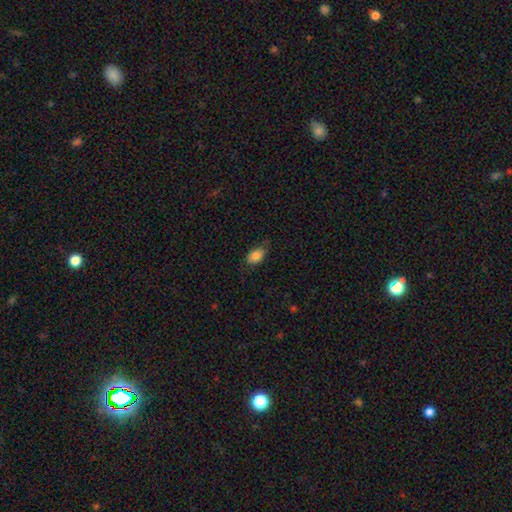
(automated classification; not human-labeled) Smooth or featured? Predicted: smooth (p=0.82). How rounded? Predicted: in between (p=0.89). Merging? Predicted: none (p=0.73).